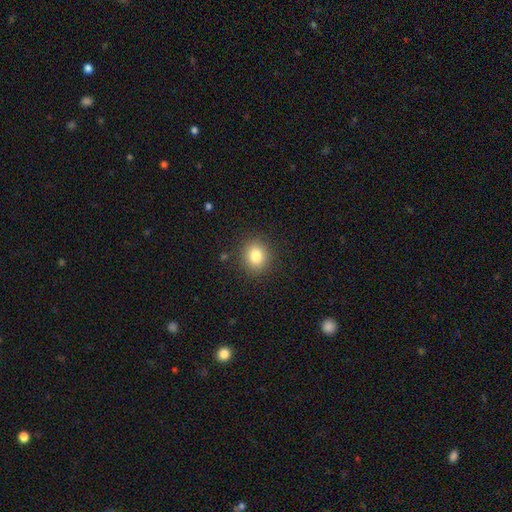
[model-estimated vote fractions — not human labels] A smooth galaxy with no disk features (82%) that is round (78%). Merging: none (89%).